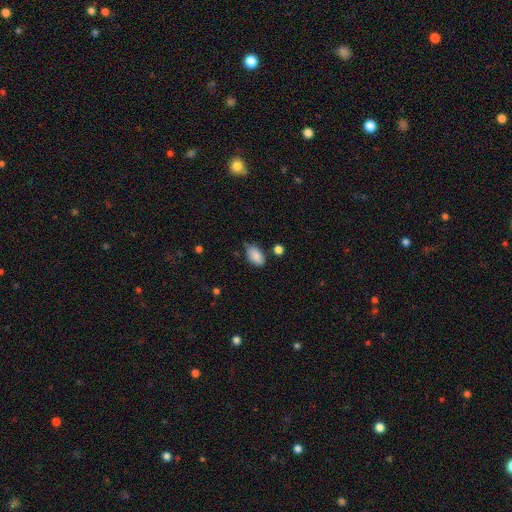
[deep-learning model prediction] This appears to be a smooth galaxy with no disk features (85%) that is in between round and cigar-shaped (92%). Merging: none (67%).